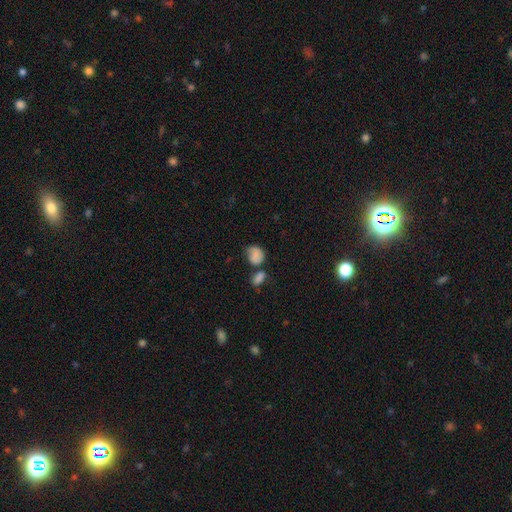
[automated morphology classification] This is likely a smooth galaxy (77%). How rounded: possibly in between (49%, tied with round). Merging: marginally none (38%).